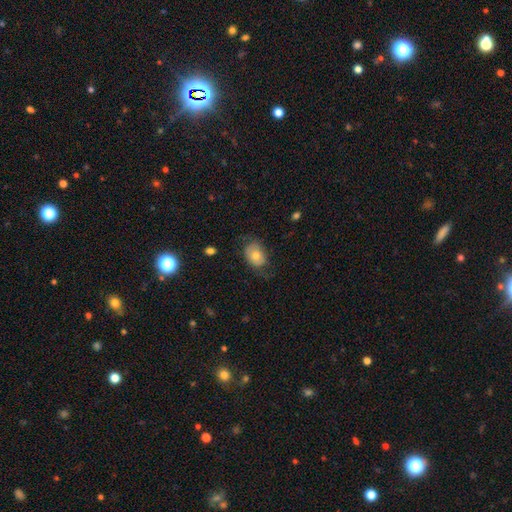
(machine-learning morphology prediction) A smooth galaxy with no disk features (69%) that is in between round and cigar-shaped (72%).

Vote fractions:
- Smooth or featured? smooth: 69% / featured or disk: 23% / star or artifact: 8%
- How rounded? in between: 72% / round: 27% / cigar-shaped: 1%
- Merging? none: 58% / minor disturbance: 27% / major disturbance: 14% / merger: 1%